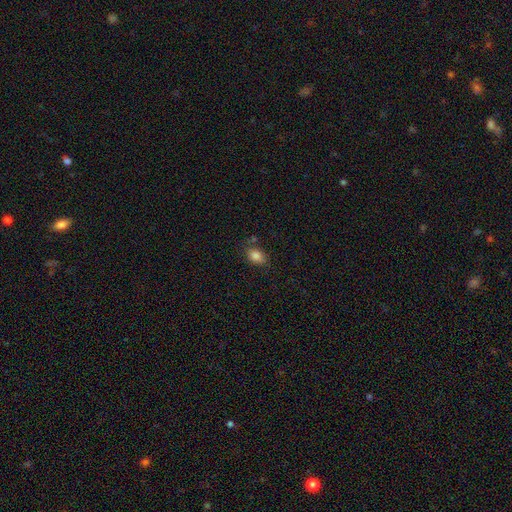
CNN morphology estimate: A smooth galaxy with no disk features (85%) that is in between round and cigar-shaped (79%). Merging: none (74%).